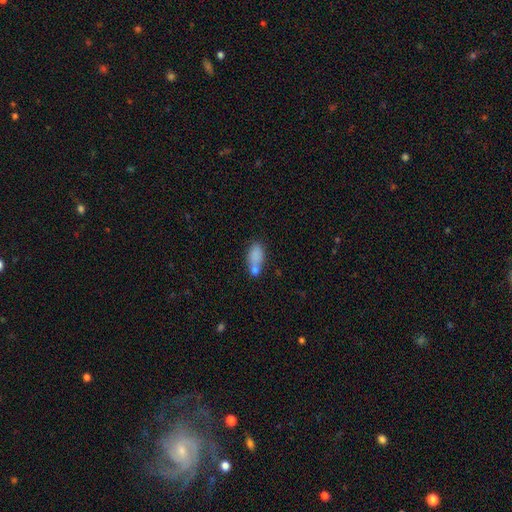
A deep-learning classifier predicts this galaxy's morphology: Smooth or featured?
  - smooth: 79% *
  - featured or disk: 12%
  - star or artifact: 10%
How rounded?
  - in between: 84% *
  - round: 9%
  - cigar-shaped: 7%
Merging?
  - merger: 42% *
  - none: 36%
  - minor disturbance: 15%
  - major disturbance: 7%